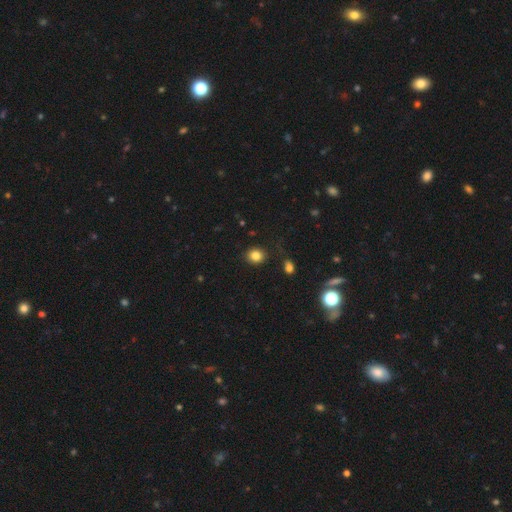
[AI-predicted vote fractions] A smooth galaxy with no disk features (83%) that is round (73%).

Vote fractions:
- Smooth or featured? smooth: 83% / star or artifact: 11% / featured or disk: 6%
- How rounded? round: 73% / in between: 26% / cigar-shaped: 1%
- Merging? none: 86% / minor disturbance: 9% / major disturbance: 3% / merger: 2%